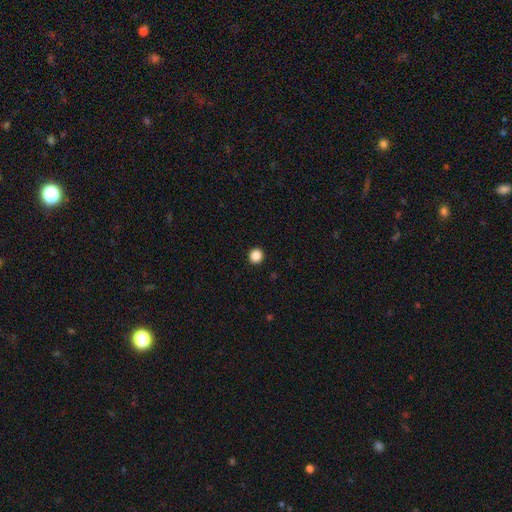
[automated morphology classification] Overall: smooth (87%). How rounded: round (94%). Merging: none (94%).